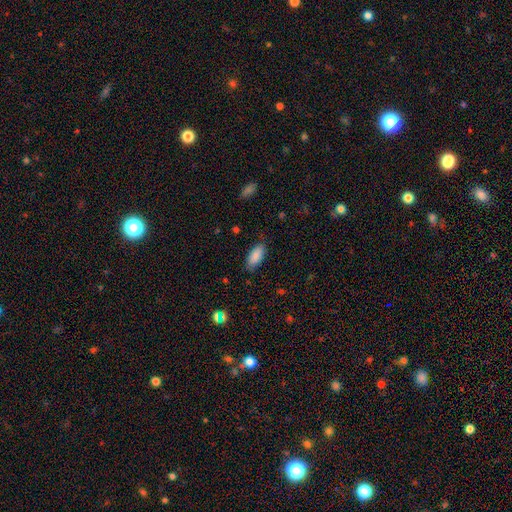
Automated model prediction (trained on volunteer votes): This appears to be a smooth galaxy with no disk features (88%) that is in between round and cigar-shaped (87%). Merging: none (83%).